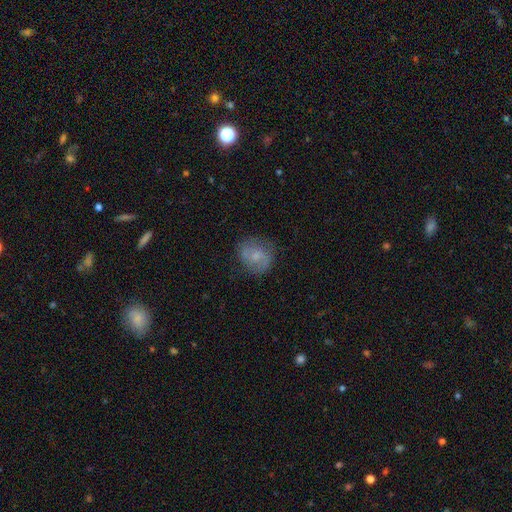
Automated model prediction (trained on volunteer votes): A featured or disk galaxy (48%).

Vote fractions:
- Smooth or featured? featured or disk: 48% / smooth: 44% / star or artifact: 9%
- Merging? none: 75% / minor disturbance: 17% / major disturbance: 6% / merger: 1%